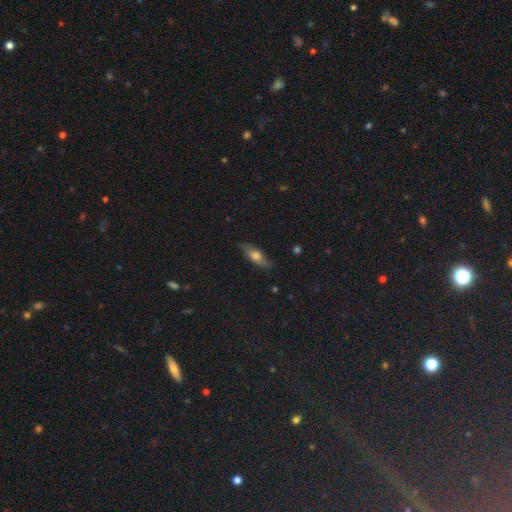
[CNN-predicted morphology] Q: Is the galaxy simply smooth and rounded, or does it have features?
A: smooth — 52%.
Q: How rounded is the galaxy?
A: in between — 58%.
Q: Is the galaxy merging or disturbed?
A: none — 80%.